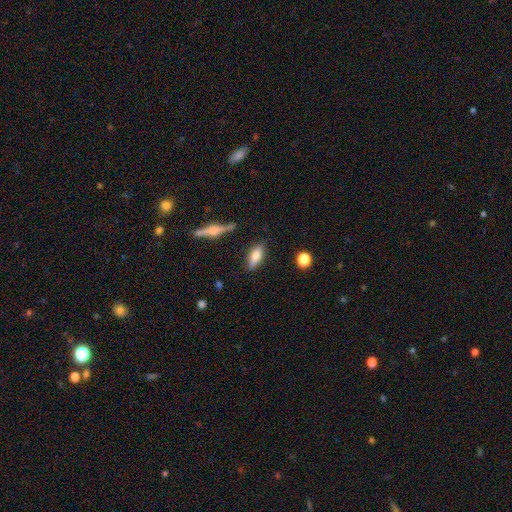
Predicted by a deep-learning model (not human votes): Morphology: type=smooth (68%); roundness=in between (69%); merging=none (81%).